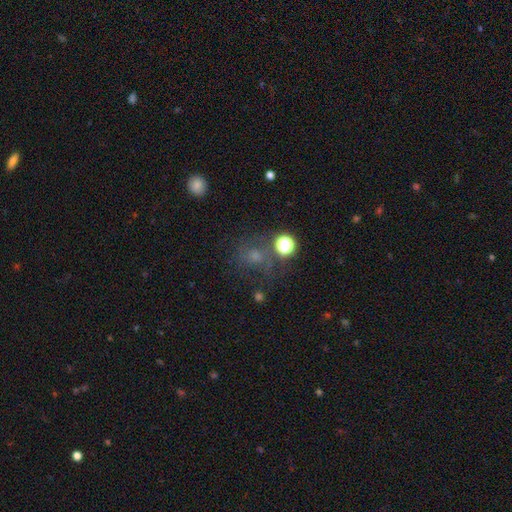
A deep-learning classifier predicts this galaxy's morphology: Q: Smooth or featured?
A: smooth (52%); runner-up: star or artifact (29%)
Q: How rounded?
A: round (78%); runner-up: in between (21%)
Q: Merging?
A: none (58%); runner-up: minor disturbance (17%)